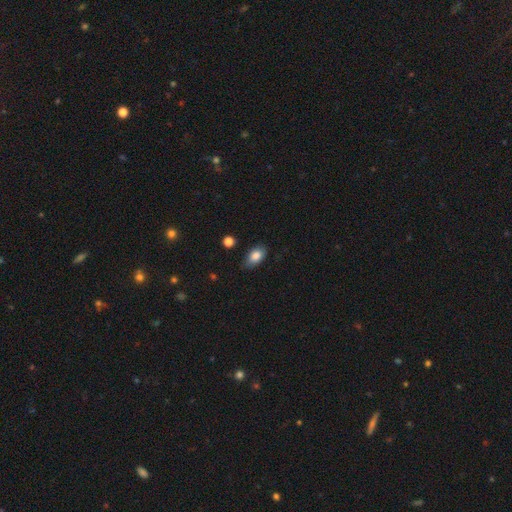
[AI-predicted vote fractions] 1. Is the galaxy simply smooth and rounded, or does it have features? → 84% smooth, 8% featured or disk, 8% star or artifact.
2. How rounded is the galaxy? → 89% in between, 9% round, 3% cigar-shaped.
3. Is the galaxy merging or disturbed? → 74% none, 21% minor disturbance, 4% major disturbance, 2% merger.